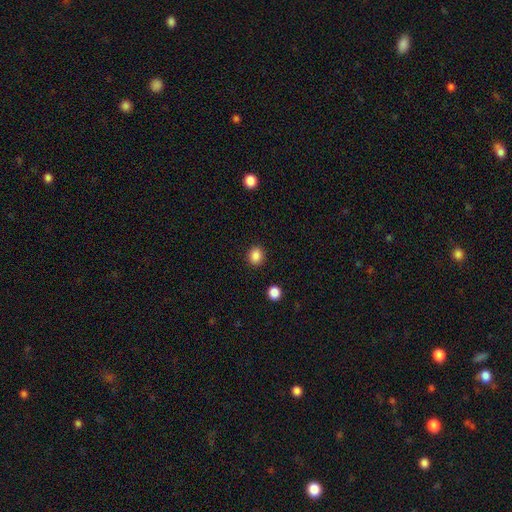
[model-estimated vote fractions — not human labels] A smooth galaxy with no disk features (87%) that is round (66%).

Vote fractions:
- Smooth or featured? smooth: 87% / star or artifact: 10% / featured or disk: 3%
- How rounded? round: 66% / in between: 33% / cigar-shaped: 1%
- Merging? none: 90% / minor disturbance: 6% / major disturbance: 2% / merger: 2%